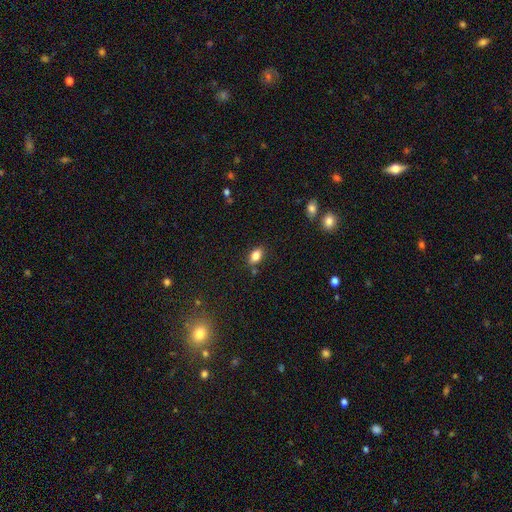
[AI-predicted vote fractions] The model was most divided on "merging": none: 81%, minor disturbance: 12%, merger: 5%, major disturbance: 3%. More confident: how rounded — in between (87%); smooth or featured — smooth (83%).